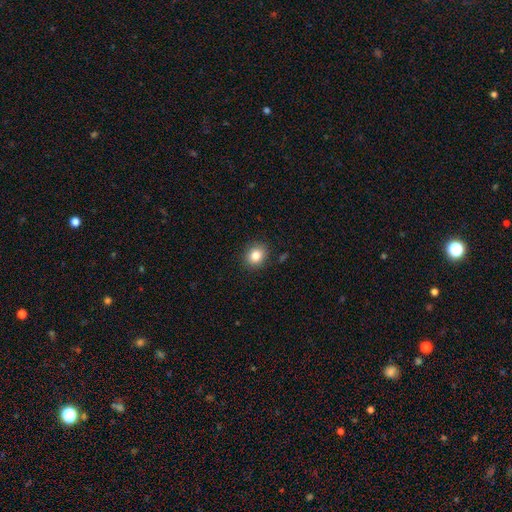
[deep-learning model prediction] This appears to be a smooth galaxy with no disk features (83%) that is round (70%). Merging: none (89%).